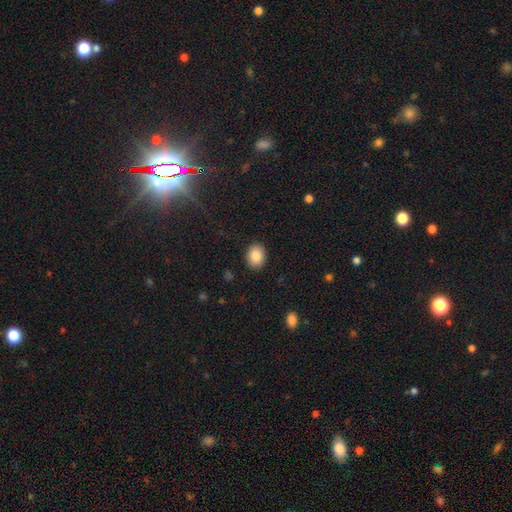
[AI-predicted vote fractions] Smooth or featured: smooth — 85% (star or artifact — 8%)
How rounded: in between — 53% (round — 46%)
Merging: none — 90% (minor disturbance — 7%)